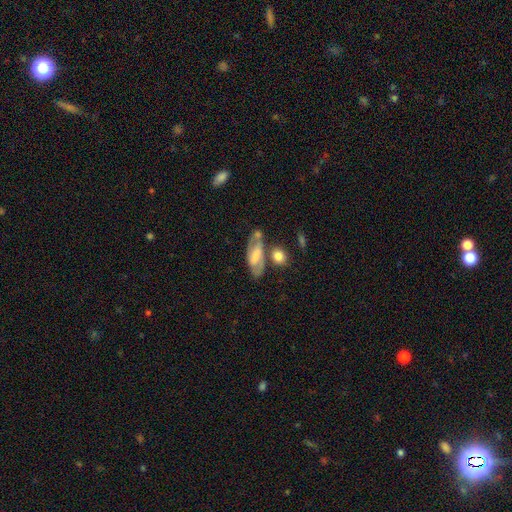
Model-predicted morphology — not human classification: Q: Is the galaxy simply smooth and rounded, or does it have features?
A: featured or disk — 53%.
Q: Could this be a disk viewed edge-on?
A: no — 86%.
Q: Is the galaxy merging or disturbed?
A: none — 58%.